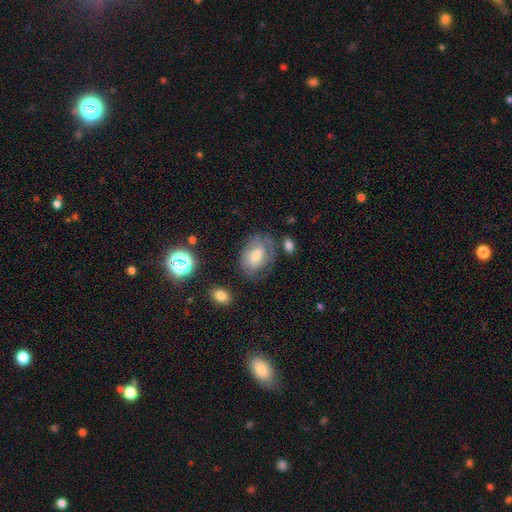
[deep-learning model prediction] Q: Smooth or featured?
A: featured or disk (51%); runner-up: smooth (37%)
Q: Edge-on disk?
A: no (95%); runner-up: yes (5%)
Q: Merging?
A: none (66%); runner-up: minor disturbance (20%)